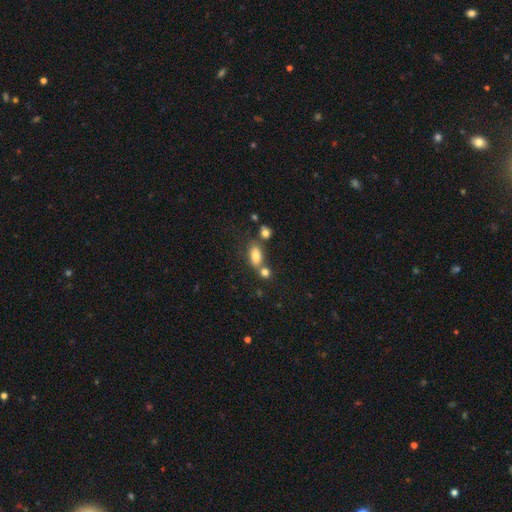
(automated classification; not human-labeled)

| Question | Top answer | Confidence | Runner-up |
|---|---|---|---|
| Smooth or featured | smooth | 80% | featured or disk (10%) |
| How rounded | in between | 85% | round (8%) |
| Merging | none | 51% | merger (30%) |